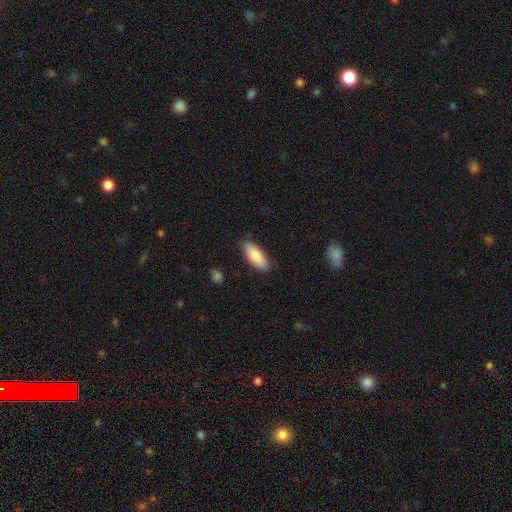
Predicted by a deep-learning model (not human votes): Smooth or featured: smooth — 85% (featured or disk — 9%)
How rounded: in between — 76% (cigar-shaped — 22%)
Merging: none — 83% (minor disturbance — 13%)